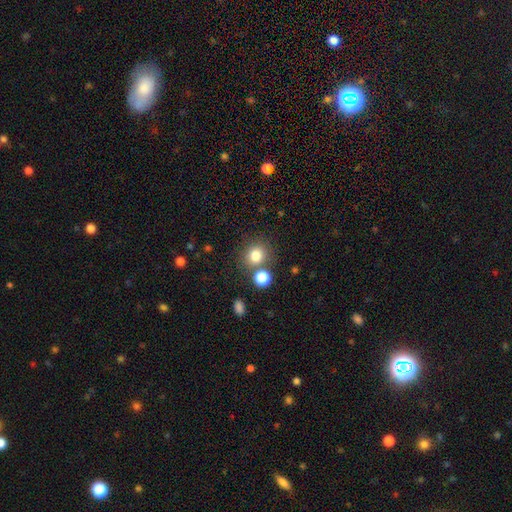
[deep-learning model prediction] The model was most divided on "merging": none: 72%, merger: 15%, minor disturbance: 9%, major disturbance: 4%. More confident: how rounded — round (82%); smooth or featured — smooth (80%).